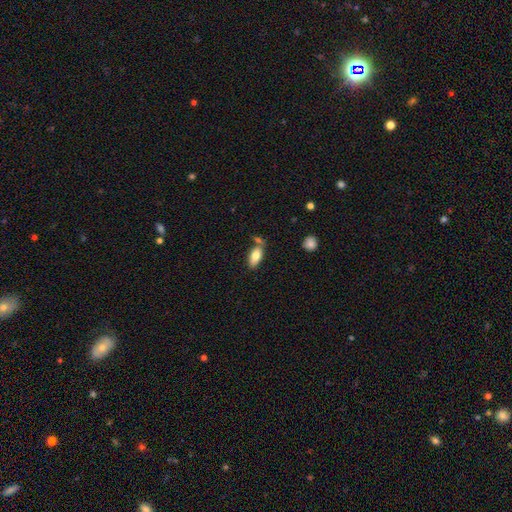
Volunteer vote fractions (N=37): Smooth or featured?
  - smooth: 84% *
  - featured or disk: 14%
  - star or artifact: 3%
How rounded?
  - in between: 87% *
  - cigar-shaped: 13%
  - round: 0%
Merging?
  - none: 61% *
  - merger: 31%
  - minor disturbance: 8%
  - major disturbance: 0%